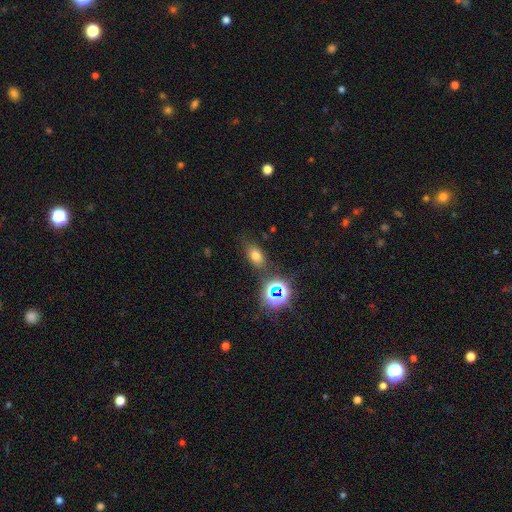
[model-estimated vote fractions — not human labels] smooth 66%, star or artifact 24%, featured or disk 11%. Down the decision tree: how rounded — in between (78%); merging — none (77%).